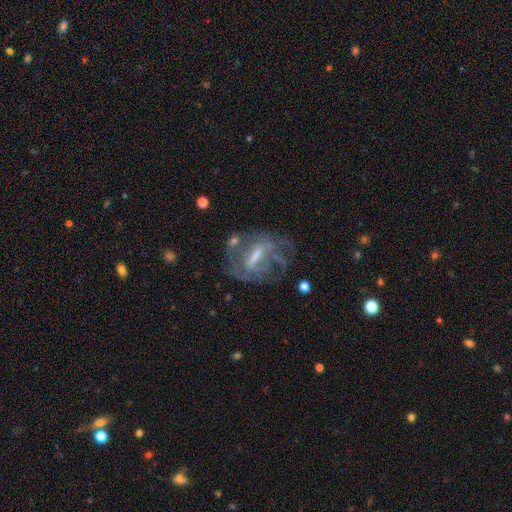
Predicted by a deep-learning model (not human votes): Smooth or featured: featured or disk — 73% (smooth — 16%)
Edge-on disk: no — 92% (yes — 8%)
Bar: strong — 41% (weak — 40%)
Spiral arms: yes — 65% (no — 35%)
Bulge size: moderate — 39% (small — 32%)
Merging: none — 51% (major disturbance — 24%)